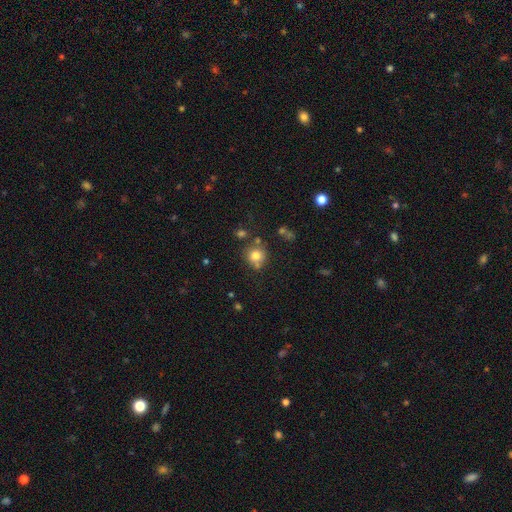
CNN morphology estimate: Q: Smooth or featured?
A: smooth (78%); runner-up: star or artifact (12%)
Q: How rounded?
A: round (87%); runner-up: in between (12%)
Q: Merging?
A: none (67%); runner-up: merger (14%)